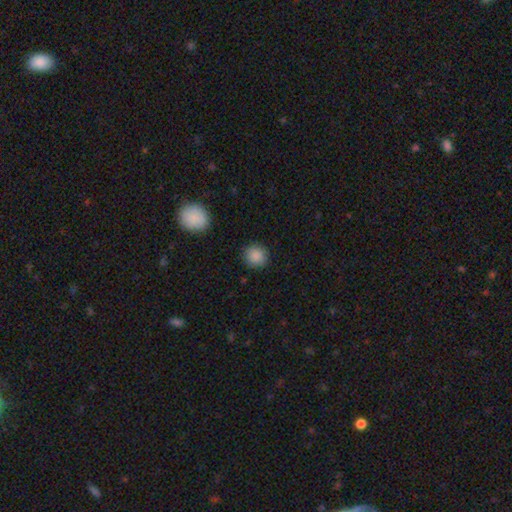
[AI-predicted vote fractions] Morphology: type=smooth (88%); roundness=round (90%); merging=none (89%).